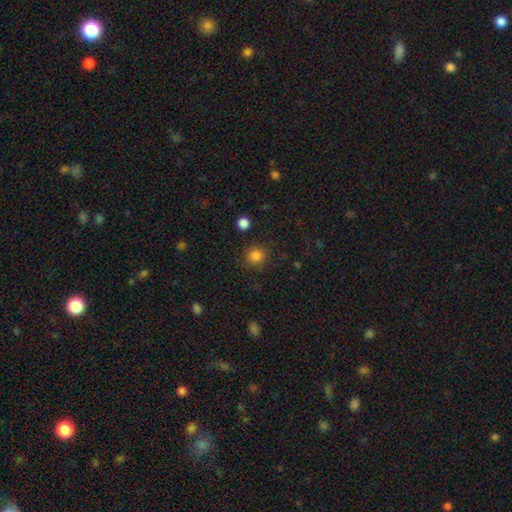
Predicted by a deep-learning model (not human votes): smooth 83%, star or artifact 13%, featured or disk 4%. Down the decision tree: how rounded — round (91%); merging — none (88%).